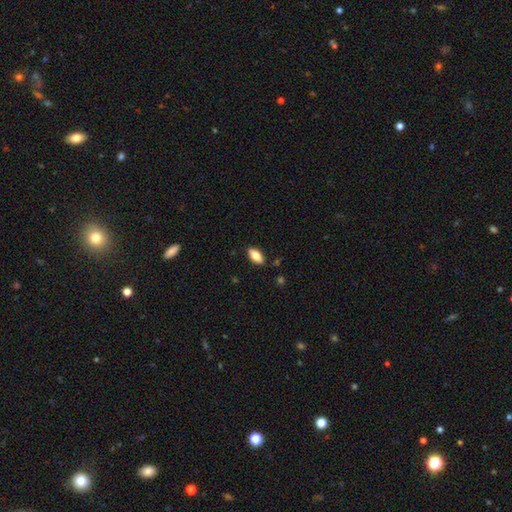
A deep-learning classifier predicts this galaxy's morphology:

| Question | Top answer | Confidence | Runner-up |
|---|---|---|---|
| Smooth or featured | smooth | 80% | featured or disk (13%) |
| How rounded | in between | 86% | cigar-shaped (12%) |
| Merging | none | 87% | minor disturbance (9%) |